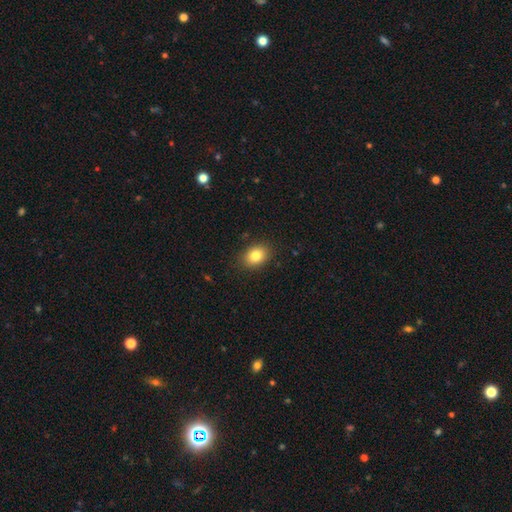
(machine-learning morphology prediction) smooth 82%, star or artifact 10%, featured or disk 8%. Down the decision tree: how rounded — in between (65%); merging — none (87%).